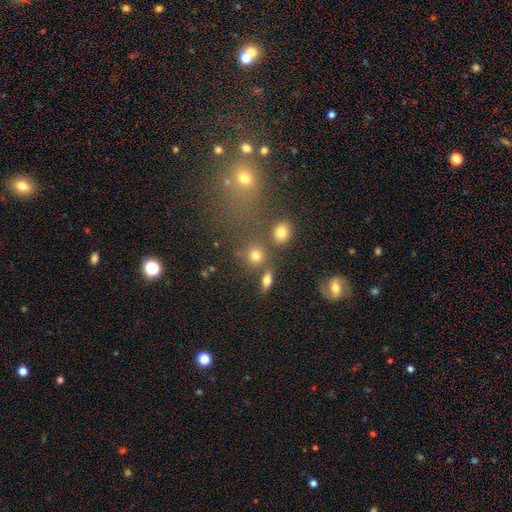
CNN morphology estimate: Overall: smooth (75%). How rounded: round (78%). Merging: none (67%).